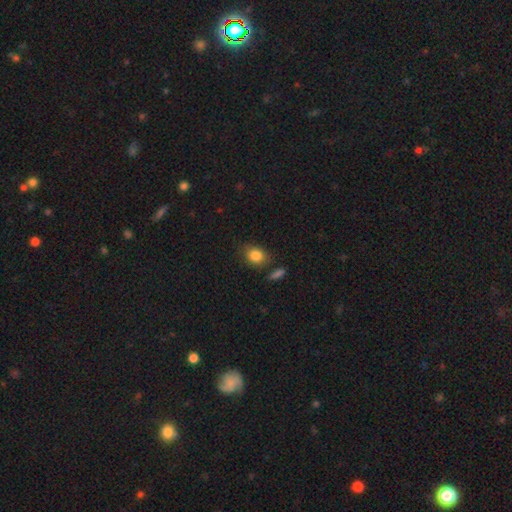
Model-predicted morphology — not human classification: A smooth galaxy with no disk features (84%) that is in between round and cigar-shaped (58%). Merging: none (75%).